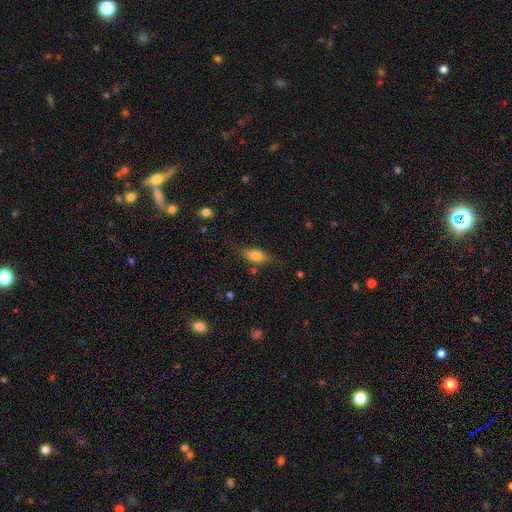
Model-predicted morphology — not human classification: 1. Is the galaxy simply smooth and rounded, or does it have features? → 75% smooth, 17% featured or disk, 8% star or artifact.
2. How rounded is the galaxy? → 77% in between, 19% cigar-shaped, 4% round.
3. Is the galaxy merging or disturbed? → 70% none, 21% minor disturbance, 6% major disturbance, 3% merger.